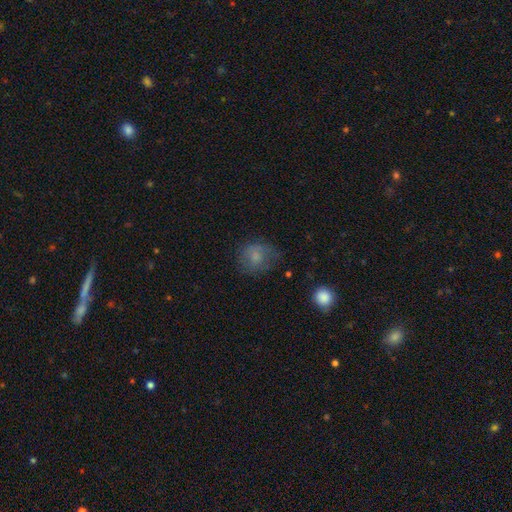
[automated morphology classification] Smooth or featured? smooth (72%)
How rounded? round (72%)
Merging? none (57%)